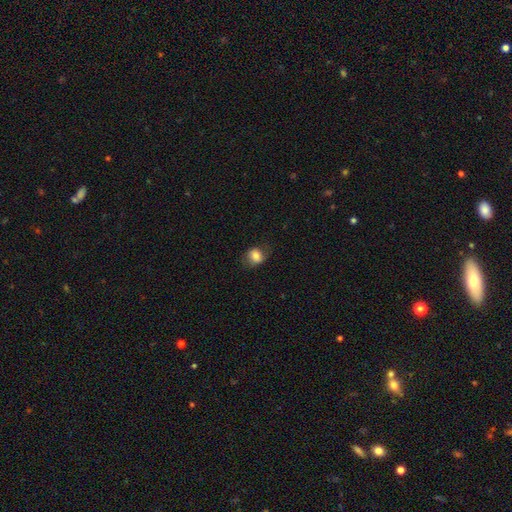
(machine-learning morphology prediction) Smooth or featured: smooth — 76% (featured or disk — 15%)
How rounded: in between — 50% (round — 49%)
Merging: none — 66% (minor disturbance — 22%)